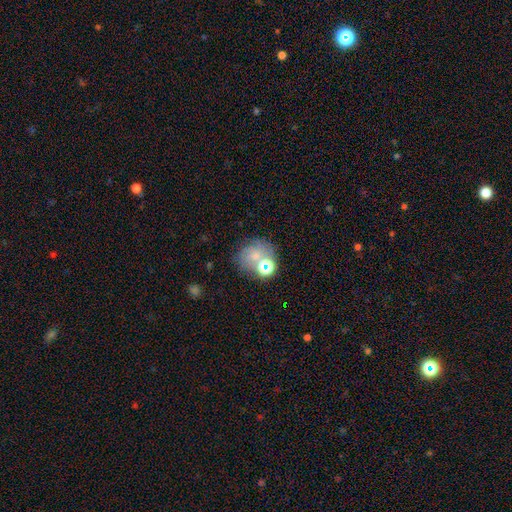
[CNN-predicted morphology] type=smooth (52%); roundness=round (70%); merging=none (54%).